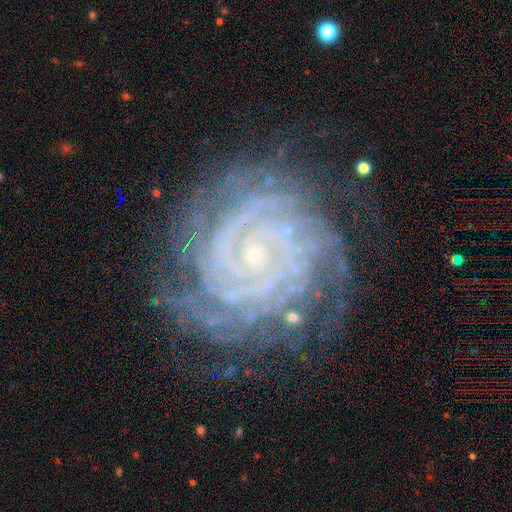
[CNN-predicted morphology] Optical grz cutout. It shows a featured or disk galaxy (90%) with no bar (69%), 4 (20%, tied with 2 and can't tell) tight (86%) spiral arms (98%) and a small central bulge (85%). Merging: none (76%).